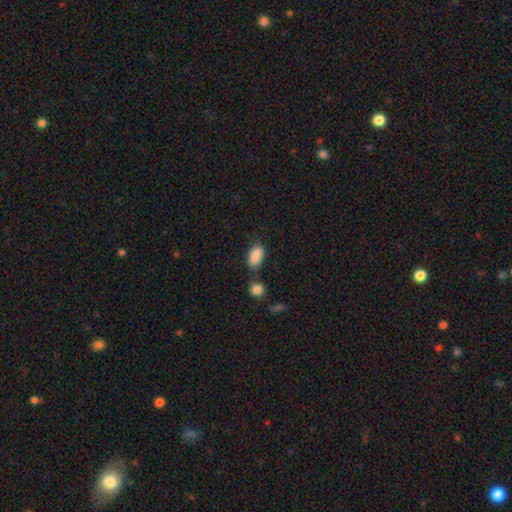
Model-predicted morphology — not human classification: smooth-or-featured: smooth: 88% | star or artifact: 7% | featured or disk: 5%
  how-rounded: in between: 92% | round: 6% | cigar-shaped: 2%
  merging: none: 64% | minor disturbance: 19% | merger: 13% | major disturbance: 5%